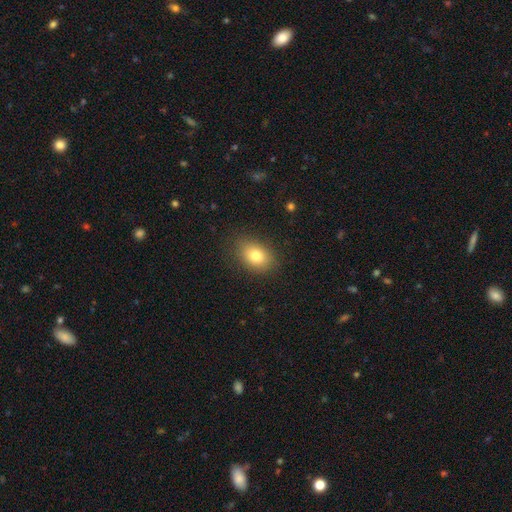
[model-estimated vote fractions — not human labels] smooth_or_featured: smooth (p=0.80) [alt: featured or disk p=0.10]
how_rounded: in between (p=0.75) [alt: round p=0.24]
merging: none (p=0.85) [alt: minor disturbance p=0.11]